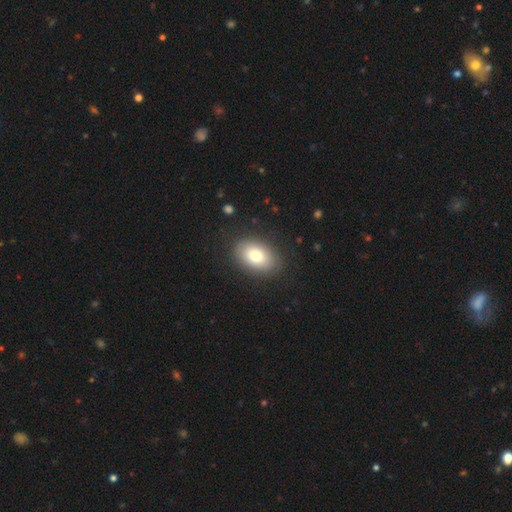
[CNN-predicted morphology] Smooth or featured? smooth (80%)
How rounded? in between (85%)
Merging? none (86%)